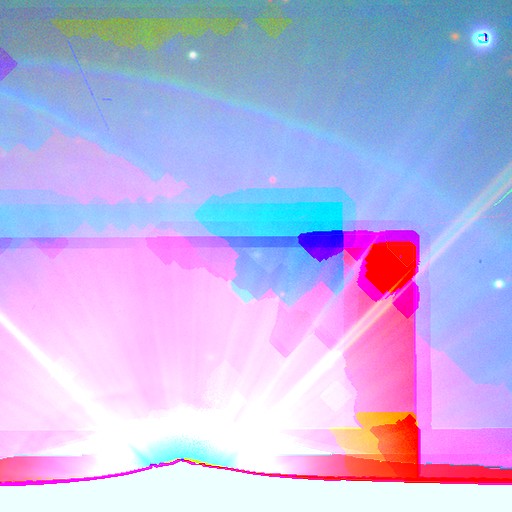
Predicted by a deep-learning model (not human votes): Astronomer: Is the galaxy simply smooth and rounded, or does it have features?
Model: star or artifact — 80%.